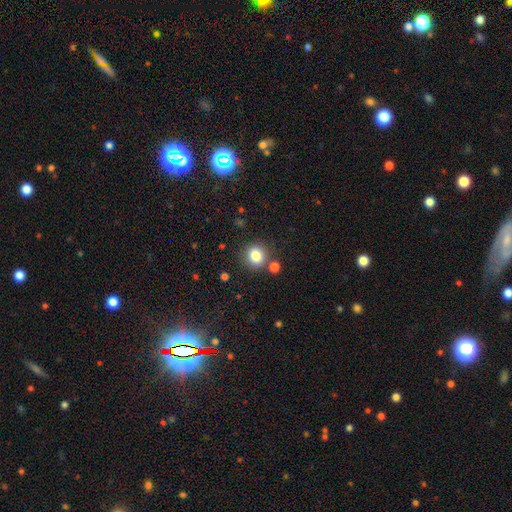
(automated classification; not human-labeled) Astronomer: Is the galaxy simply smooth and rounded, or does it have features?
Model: smooth — 82%.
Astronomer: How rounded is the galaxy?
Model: round — 83%.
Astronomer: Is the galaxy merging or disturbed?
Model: none — 79%.